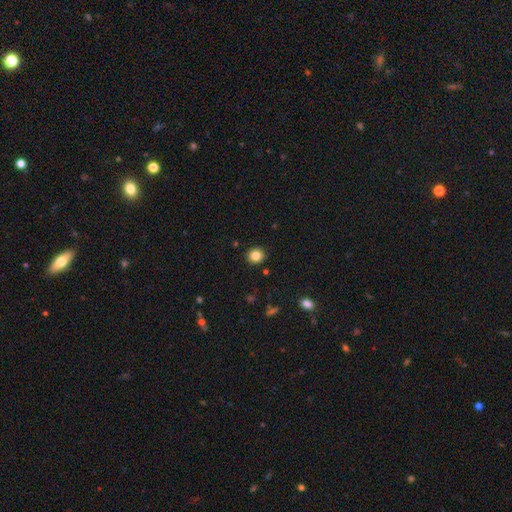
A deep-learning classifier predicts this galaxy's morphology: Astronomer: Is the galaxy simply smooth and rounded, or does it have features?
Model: smooth — 83%.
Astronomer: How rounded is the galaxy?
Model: round — 88%.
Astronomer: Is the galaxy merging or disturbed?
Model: none — 91%.